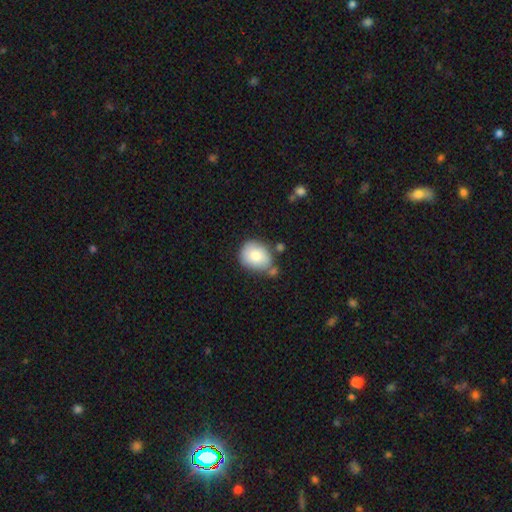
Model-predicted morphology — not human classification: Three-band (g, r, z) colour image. It shows a smooth galaxy with no disk features (81%) that is round (60%). Merging: none (57%).